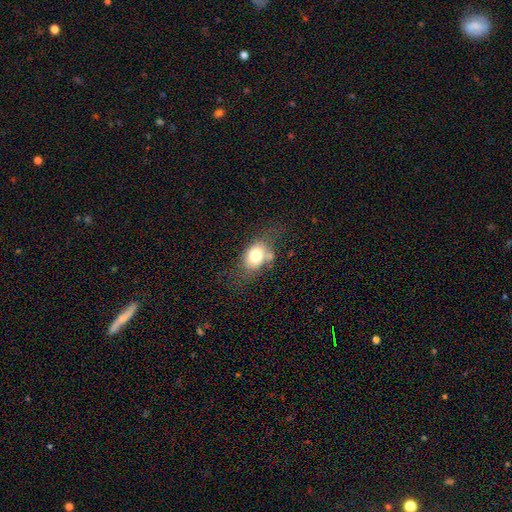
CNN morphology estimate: smooth-or-featured: smooth: 71% | featured or disk: 20% | star or artifact: 9%
  how-rounded: in between: 67% | round: 32% | cigar-shaped: 1%
  merging: none: 49% | minor disturbance: 25% | major disturbance: 14% | merger: 11%